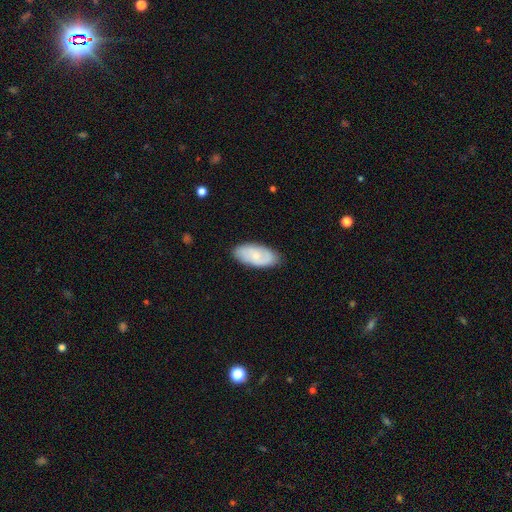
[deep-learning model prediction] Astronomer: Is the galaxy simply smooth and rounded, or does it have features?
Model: smooth — 54% (runner-up: featured or disk, 40%).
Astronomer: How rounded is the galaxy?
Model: in between — 91%.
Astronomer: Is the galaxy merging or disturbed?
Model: none — 84%.